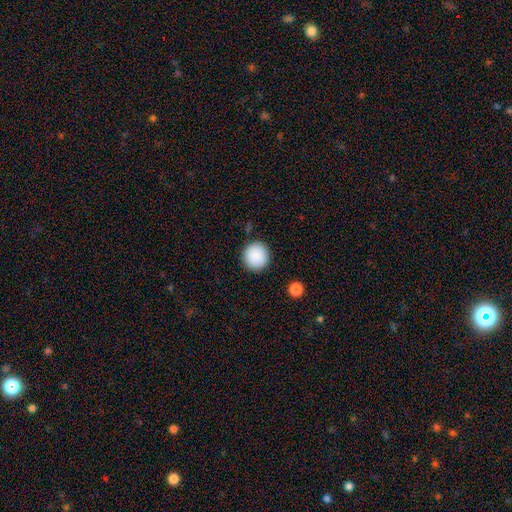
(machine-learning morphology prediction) A smooth galaxy with no disk features (89%) that is round (94%). Merging: none (90%).